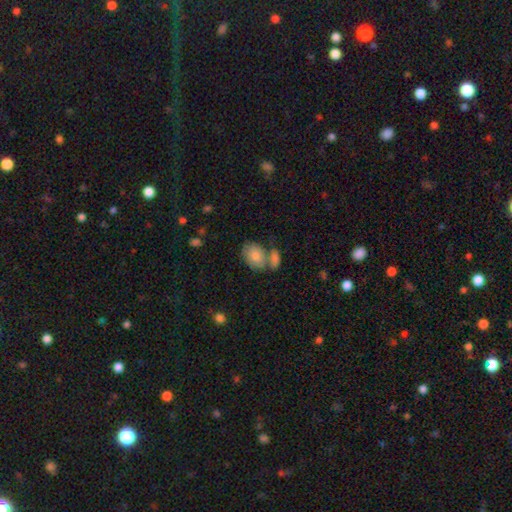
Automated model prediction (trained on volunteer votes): Smooth or featured? smooth (76%)
How rounded? in between (76%)
Merging? none (49%)